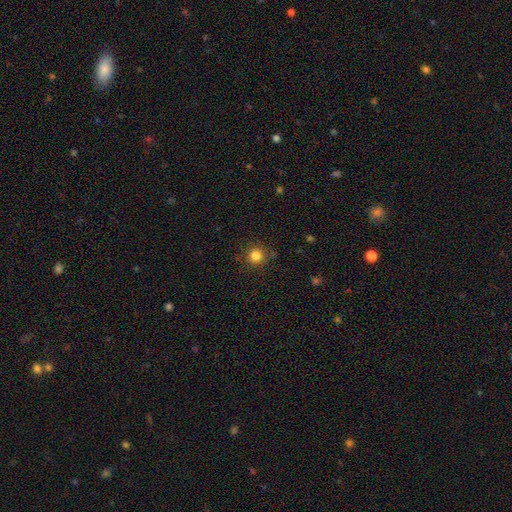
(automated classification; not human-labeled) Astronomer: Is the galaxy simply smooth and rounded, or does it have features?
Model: smooth — 83%.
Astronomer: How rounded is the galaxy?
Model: round — 94%.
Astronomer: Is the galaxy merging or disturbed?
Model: none — 87%.